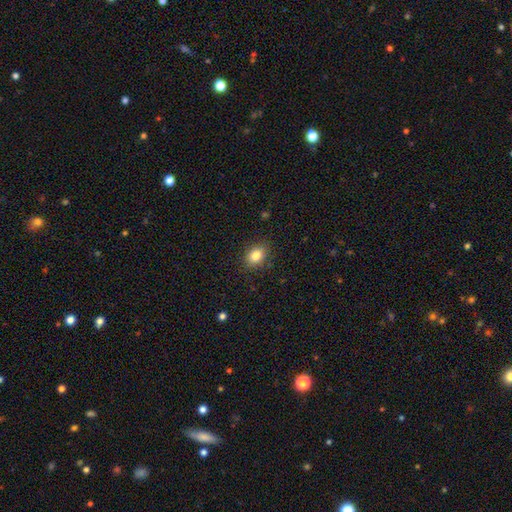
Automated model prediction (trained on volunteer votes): The model was most divided on "how rounded": in between: 68%, round: 31%, cigar-shaped: 1%. More confident: merging — none (87%); smooth or featured — smooth (84%).